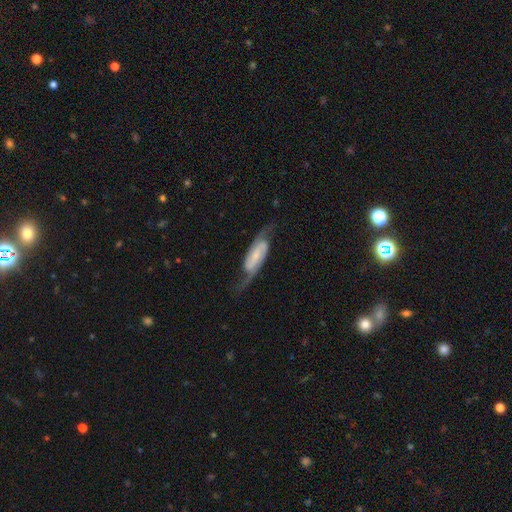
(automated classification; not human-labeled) A featured or disk galaxy (84%) with a strong bar (38%), 2 (92%) medium (43%) spiral arms (96%) and a small central bulge (55%).

Vote fractions:
- Smooth or featured? featured or disk: 84% / smooth: 11% / star or artifact: 5%
- Edge-on disk? no: 91% / yes: 9%
- Bar? strong: 38% / weak: 37% / no: 25%
- Spiral arms? yes: 96% / no: 4%
- Spiral winding? medium: 43% / loose: 42% / tight: 15%
- Spiral arm count? 2: 92% / can't tell: 3% / 1: 2% / 3: 1% / 4: 1% / more than 4: 1%
- Bulge size? small: 55% / none: 20% / moderate: 19% / large: 5% / dominant: 2%
- Merging? none: 71% / minor disturbance: 16% / major disturbance: 11% / merger: 2%